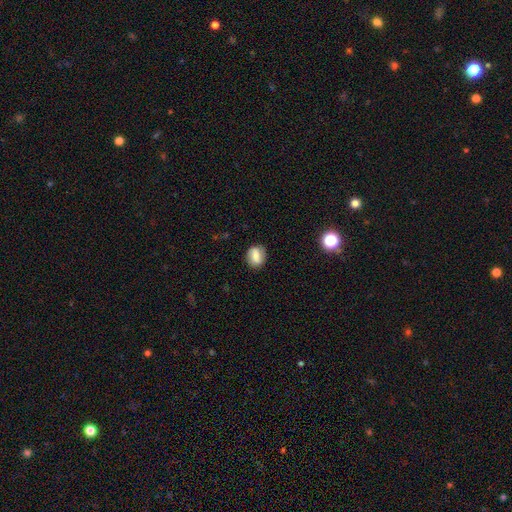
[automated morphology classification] smooth_or_featured: smooth (p=0.66) [alt: featured or disk p=0.25]
how_rounded: round (p=0.63) [alt: in between p=0.35]
merging: none (p=0.84) [alt: minor disturbance p=0.12]